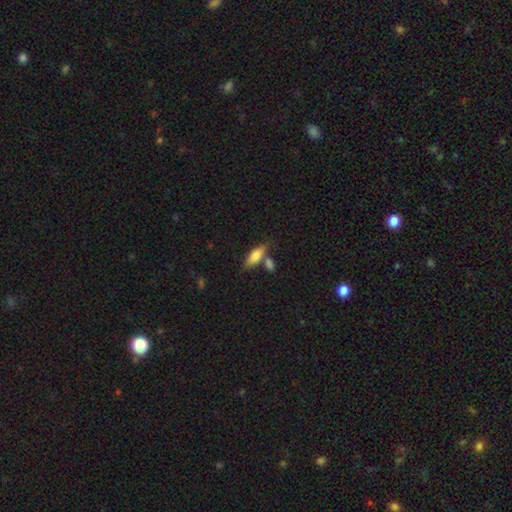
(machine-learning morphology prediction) The model was most divided on "how rounded": in between: 63%, cigar-shaped: 34%, round: 3%. More confident: smooth or featured — smooth (75%); merging — none (59%).